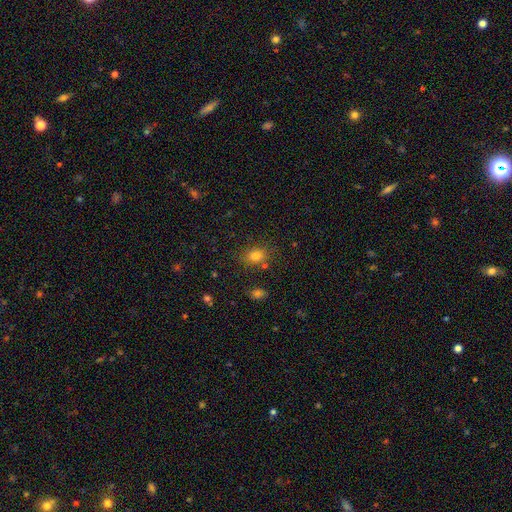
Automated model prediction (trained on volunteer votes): smooth 79%, star or artifact 15%, featured or disk 6%. Down the decision tree: how rounded — in between (63%); merging — none (77%).